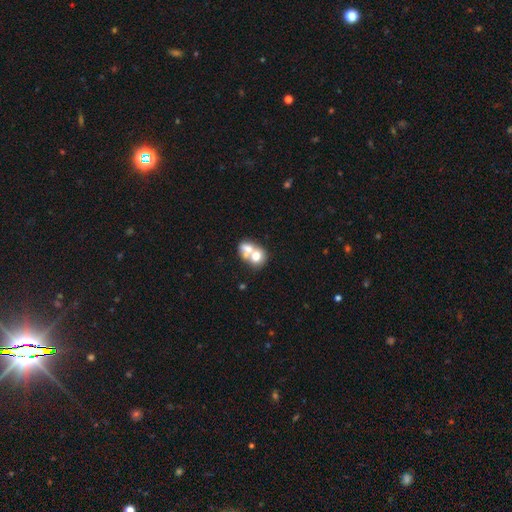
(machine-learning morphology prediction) Smooth or featured?
  - smooth: 63% *
  - featured or disk: 28%
  - star or artifact: 9%
How rounded?
  - round: 53% *
  - in between: 46%
  - cigar-shaped: 1%
Merging?
  - merger: 71% *
  - none: 19%
  - minor disturbance: 6%
  - major disturbance: 4%